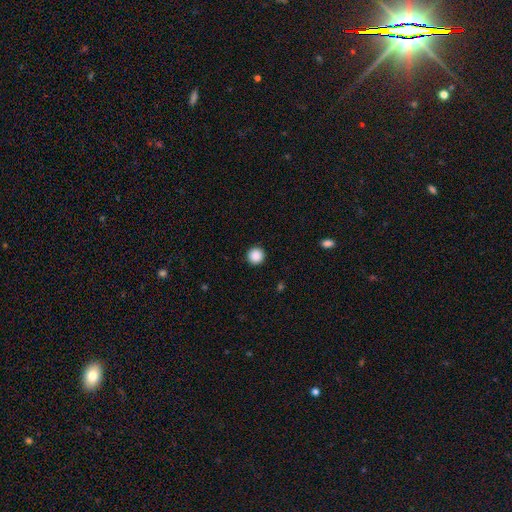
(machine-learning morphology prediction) smooth_or_featured: smooth (p=0.89) [alt: star or artifact p=0.09]
how_rounded: round (p=0.96) [alt: in between p=0.03]
merging: none (p=0.93) [alt: minor disturbance p=0.05]